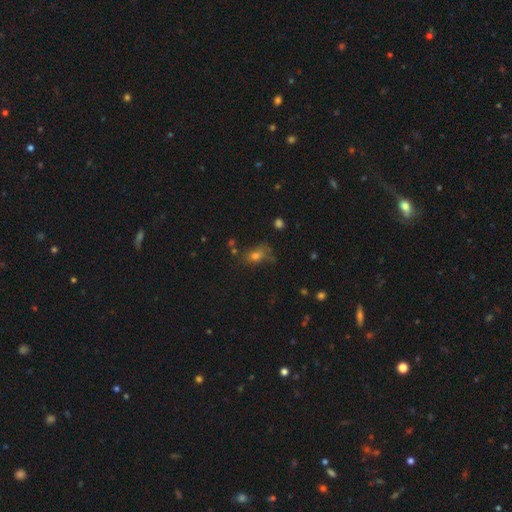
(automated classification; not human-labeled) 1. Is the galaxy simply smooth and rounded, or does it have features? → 67% smooth, 19% star or artifact, 14% featured or disk.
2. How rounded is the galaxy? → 68% in between, 29% round, 4% cigar-shaped.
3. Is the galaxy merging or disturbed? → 56% none, 25% minor disturbance, 13% major disturbance, 7% merger.